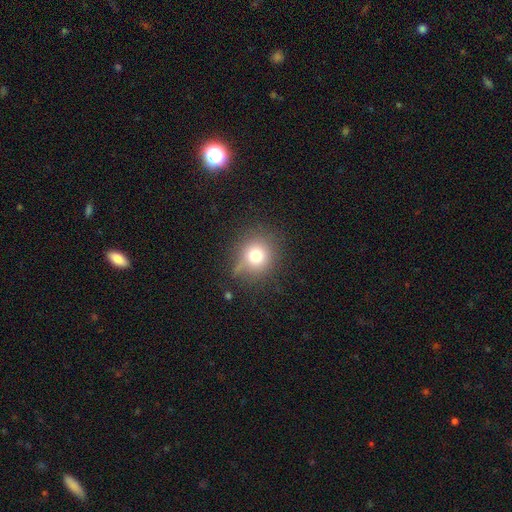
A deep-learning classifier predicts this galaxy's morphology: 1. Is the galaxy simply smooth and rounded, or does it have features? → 73% smooth, 15% star or artifact, 12% featured or disk.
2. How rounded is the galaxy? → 86% round, 13% in between, 1% cigar-shaped.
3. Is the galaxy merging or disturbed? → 75% none, 16% minor disturbance, 6% major disturbance, 3% merger.